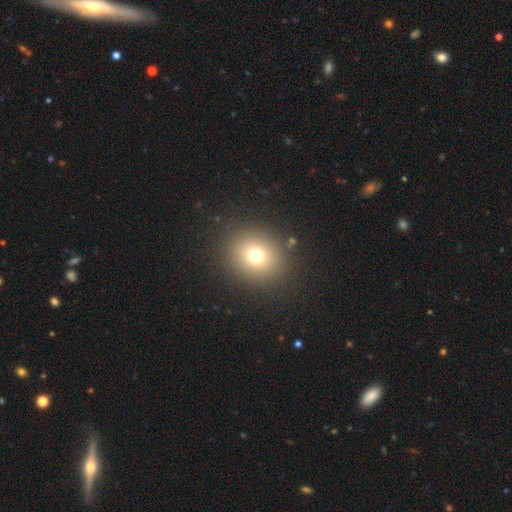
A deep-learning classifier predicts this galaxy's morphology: Overall: smooth (72%). How rounded: round (80%). Merging: none (87%).